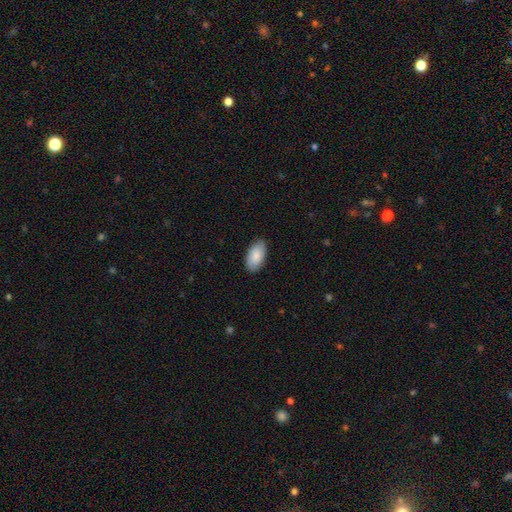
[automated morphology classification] smooth_or_featured: smooth (p=0.85) [alt: featured or disk p=0.09]
how_rounded: in between (p=0.95) [alt: round p=0.02]
merging: none (p=0.86) [alt: minor disturbance p=0.11]